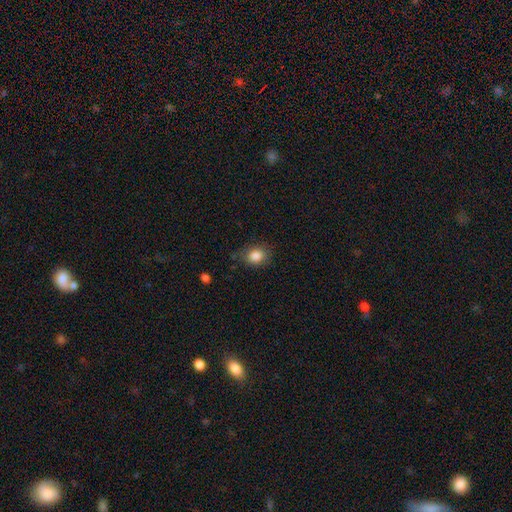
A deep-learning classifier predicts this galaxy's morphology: type=smooth (85%); roundness=round (52%); merging=none (77%).